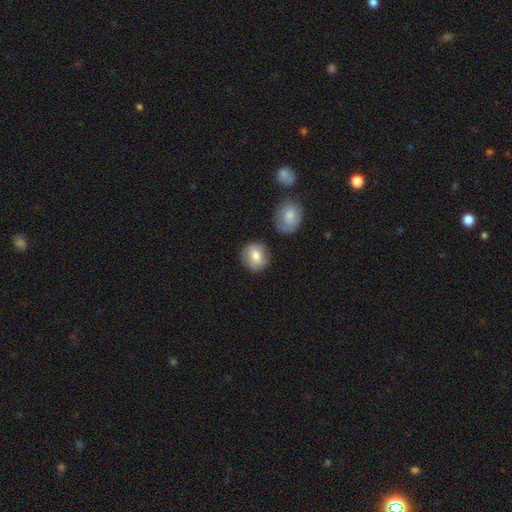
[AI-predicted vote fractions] Morphology: type=smooth (77%); roundness=round (84%); merging=none (81%).